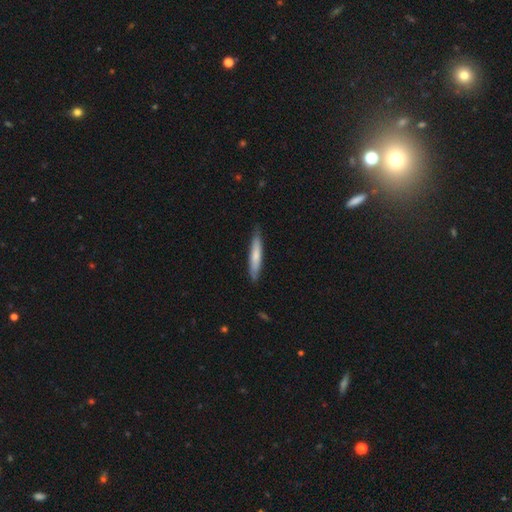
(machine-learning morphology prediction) Smooth or featured: smooth — 68% (featured or disk — 27%)
How rounded: cigar-shaped — 92% (in between — 7%)
Merging: none — 83% (minor disturbance — 14%)